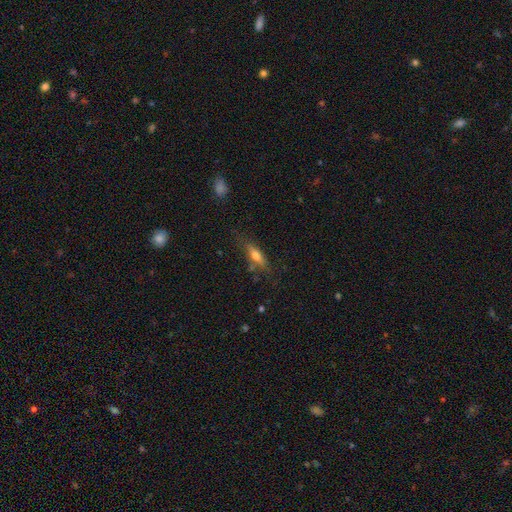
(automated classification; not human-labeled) The model was most divided on "how rounded": cigar-shaped: 57%, in between: 40%, round: 3%. More confident: merging — none (71%); smooth or featured — smooth (56%).